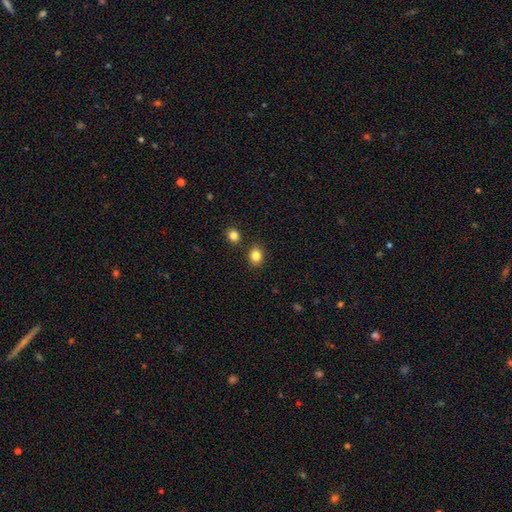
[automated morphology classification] smooth 84%, star or artifact 11%, featured or disk 5%. Down the decision tree: how rounded — round (64%); merging — none (84%).